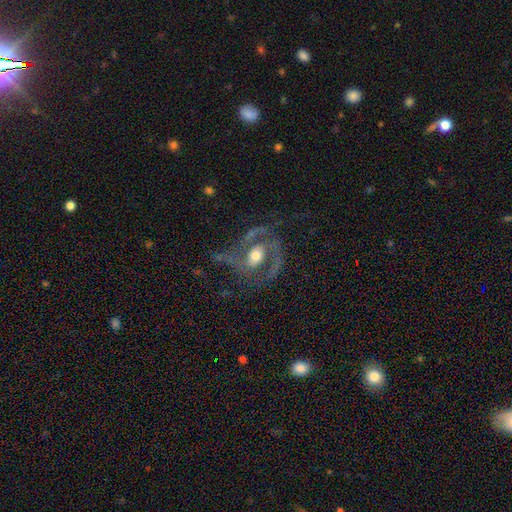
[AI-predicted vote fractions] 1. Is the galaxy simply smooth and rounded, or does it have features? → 84% featured or disk, 10% smooth, 6% star or artifact.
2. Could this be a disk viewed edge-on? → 97% no, 3% yes.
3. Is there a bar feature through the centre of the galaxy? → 48% no, 35% weak, 17% strong.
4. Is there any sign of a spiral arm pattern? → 92% yes, 8% no.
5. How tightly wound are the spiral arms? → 55% medium, 22% tight, 22% loose.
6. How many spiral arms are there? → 72% 2, 10% 3, 7% can't tell, 6% 1, 3% 4, 2% more than 4.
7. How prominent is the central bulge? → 68% moderate, 15% large, 14% small, 1% dominant, 1% none.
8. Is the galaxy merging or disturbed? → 57% none, 21% major disturbance, 19% minor disturbance, 3% merger.